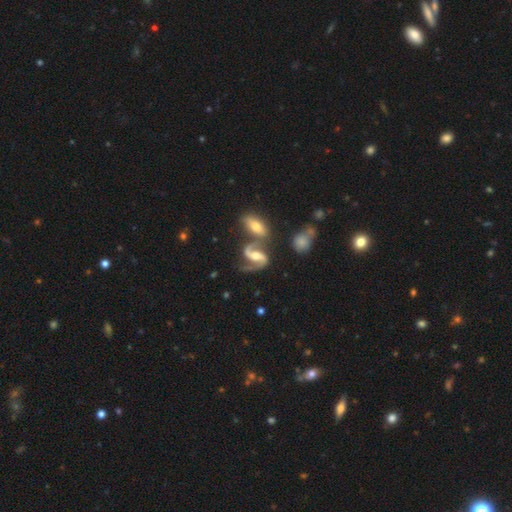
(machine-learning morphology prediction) Smooth or featured?
  - featured or disk: 89% *
  - smooth: 6%
  - star or artifact: 5%
Edge-on disk?
  - no: 97% *
  - yes: 3%
Bar?
  - weak: 39% *
  - strong: 37%
  - no: 24%
Spiral arms?
  - yes: 97% *
  - no: 3%
Spiral winding?
  - medium: 54% *
  - loose: 35%
  - tight: 11%
Spiral arm count?
  - 2: 93% *
  - 1: 3%
  - can't tell: 2%
  - 3: 1%
  - 4: 1%
  - more than 4: 1%
Bulge size?
  - moderate: 61% *
  - small: 23%
  - large: 11%
  - none: 4%
  - dominant: 2%
Merging?
  - none: 50% *
  - merger: 26%
  - minor disturbance: 15%
  - major disturbance: 9%